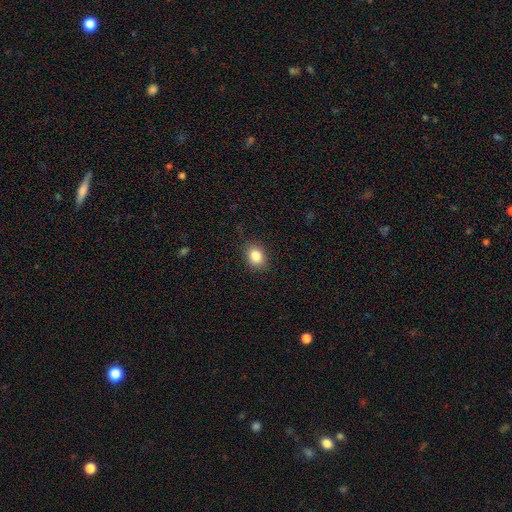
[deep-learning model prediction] Smooth or featured?
  - smooth: 84% *
  - star or artifact: 10%
  - featured or disk: 6%
How rounded?
  - in between: 57% *
  - round: 42%
  - cigar-shaped: 1%
Merging?
  - none: 85% *
  - minor disturbance: 11%
  - major disturbance: 3%
  - merger: 1%